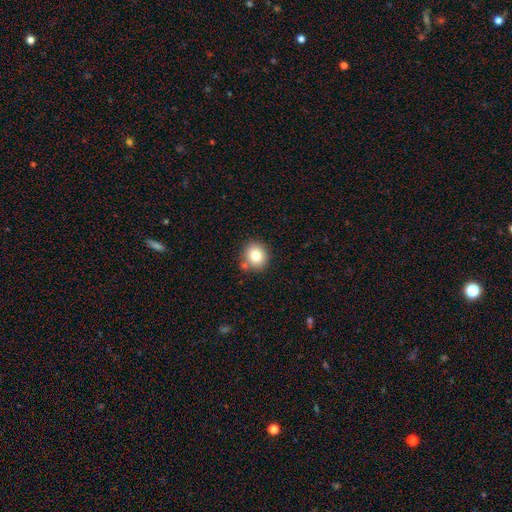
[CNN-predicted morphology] Smooth or featured? smooth (79%)
How rounded? round (82%)
Merging? none (77%)